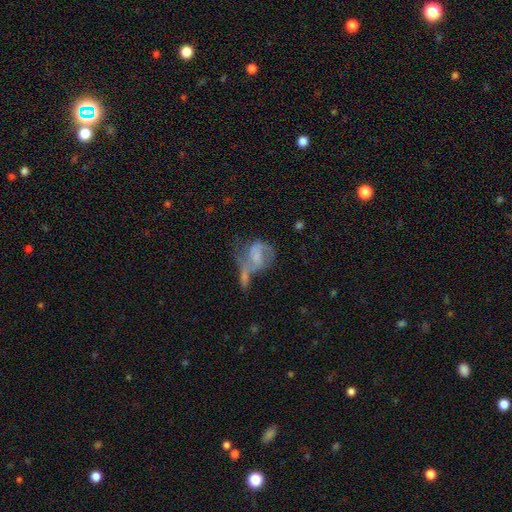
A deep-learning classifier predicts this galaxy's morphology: This is likely a featured or disk galaxy (64%). It is clearly not viewed edge-on (97%). Bar: possibly no (49%). Spiral arm pattern: likely yes (77%). Central bulge: marginally small (42%). Merging: marginally merger (36%).